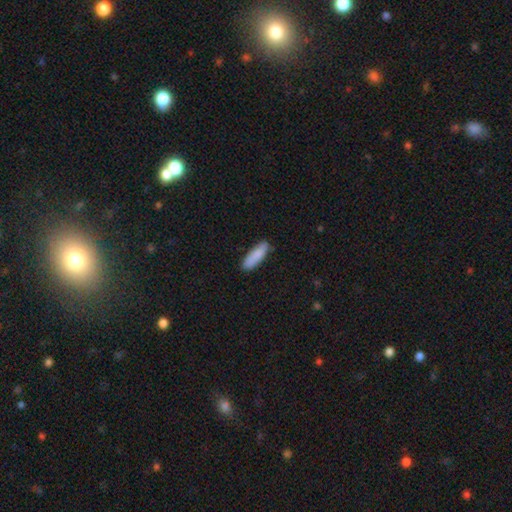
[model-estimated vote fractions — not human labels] smooth 87%, featured or disk 8%, star or artifact 5%. Down the decision tree: how rounded — cigar-shaped (58%); merging — none (83%).